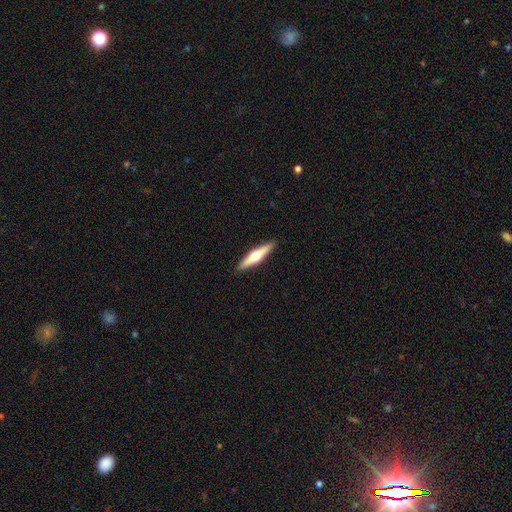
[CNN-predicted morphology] Smooth or featured? Predicted: featured or disk (p=0.61). Edge-on disk? Predicted: yes (p=0.97). Edge-on bulge? Predicted: rounded (p=0.94). Merging? Predicted: none (p=0.92).